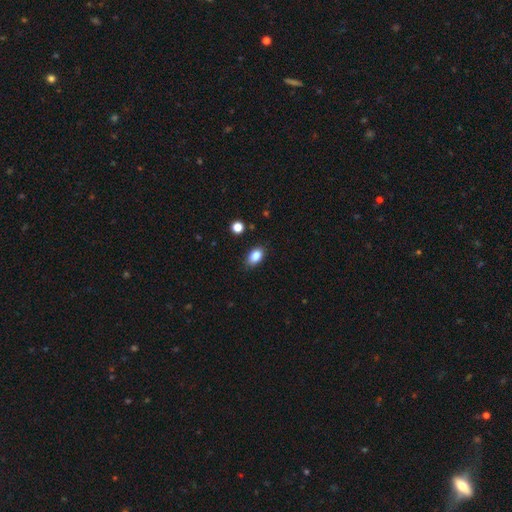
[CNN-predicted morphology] Smooth or featured?
  - smooth: 86% *
  - star or artifact: 9%
  - featured or disk: 5%
How rounded?
  - in between: 85% *
  - round: 13%
  - cigar-shaped: 2%
Merging?
  - none: 85% *
  - minor disturbance: 11%
  - major disturbance: 2%
  - merger: 1%